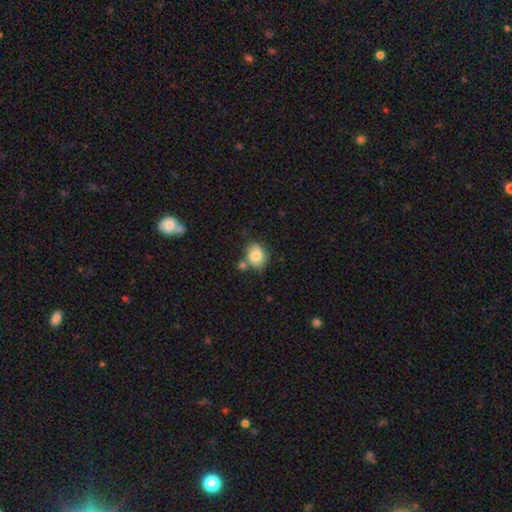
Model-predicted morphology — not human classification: type=smooth (77%); roundness=round (52%); merging=none (57%).